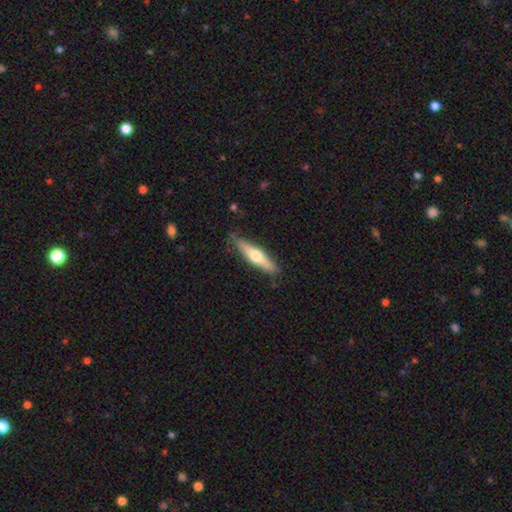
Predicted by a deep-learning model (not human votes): Overall: featured or disk (50%; smooth 45%). Edge-on disk: yes (92%). Merging: none (83%).